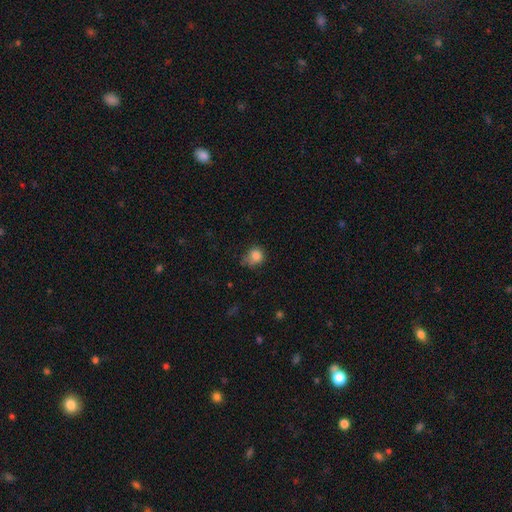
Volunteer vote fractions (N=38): Morphology: type=smooth (95%); roundness=round (81%); merging=none (46%).